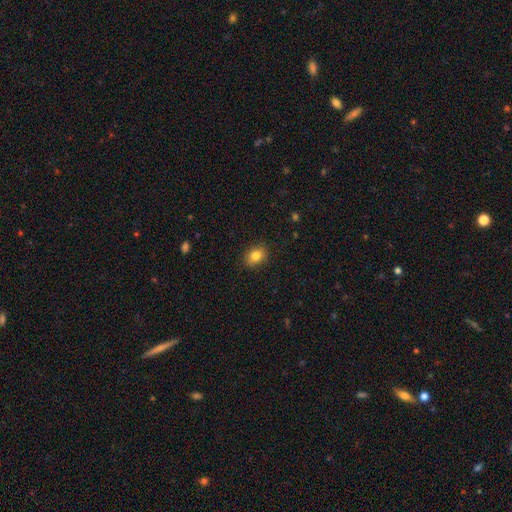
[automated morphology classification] This appears to be a smooth galaxy with no disk features (84%) that is in between round and cigar-shaped (65%). Merging: none (88%).